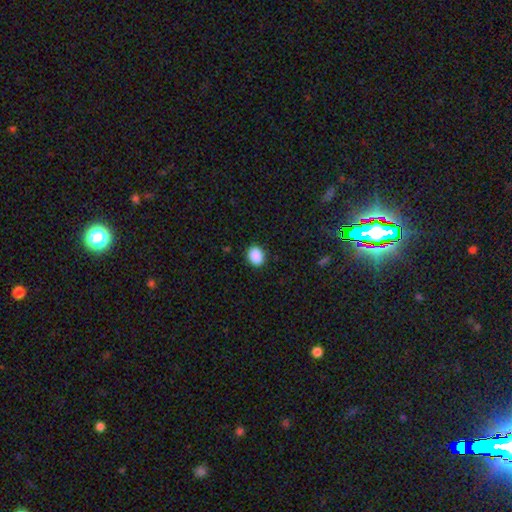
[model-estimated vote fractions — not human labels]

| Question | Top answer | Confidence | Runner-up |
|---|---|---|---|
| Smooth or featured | smooth | 90% | star or artifact (8%) |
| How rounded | in between | 55% | round (44%) |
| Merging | none | 90% | minor disturbance (7%) |